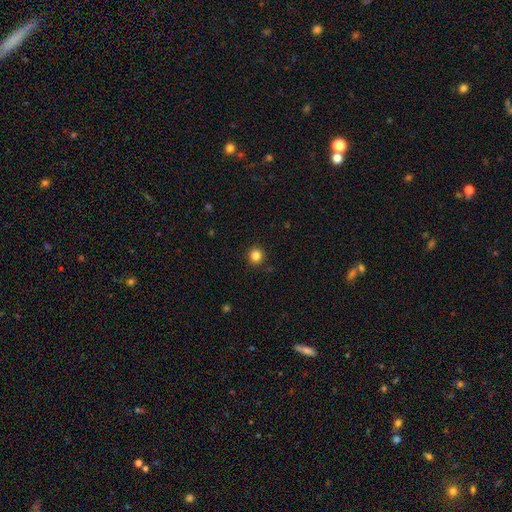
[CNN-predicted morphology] smooth-or-featured: smooth: 84% | star or artifact: 12% | featured or disk: 4%
  how-rounded: round: 94% | in between: 5% | cigar-shaped: 1%
  merging: none: 91% | minor disturbance: 6% | major disturbance: 2% | merger: 1%